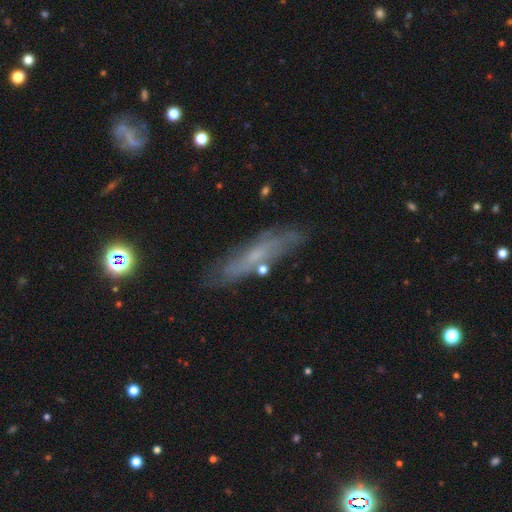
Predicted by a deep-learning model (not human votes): Smooth or featured?
  - featured or disk: 51% *
  - smooth: 39%
  - star or artifact: 10%
Edge-on disk?
  - yes: 54% *
  - no: 46%
Merging?
  - none: 73% *
  - minor disturbance: 18%
  - major disturbance: 5%
  - merger: 4%